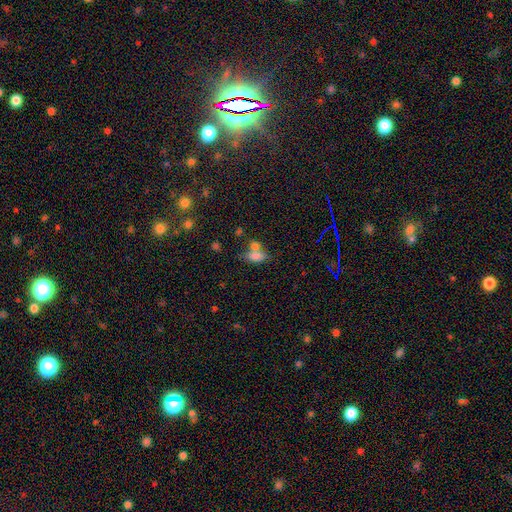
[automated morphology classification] Overall: smooth (74%). How rounded: in between (82%). Merging: merger (44%; none 36%).